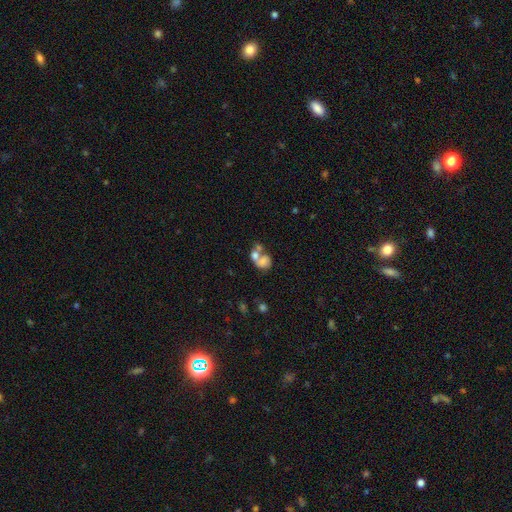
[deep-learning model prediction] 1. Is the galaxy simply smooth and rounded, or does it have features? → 60% smooth, 28% featured or disk, 12% star or artifact.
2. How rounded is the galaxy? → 60% in between, 38% round, 1% cigar-shaped.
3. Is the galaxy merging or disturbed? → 66% merger, 17% none, 9% major disturbance, 8% minor disturbance.